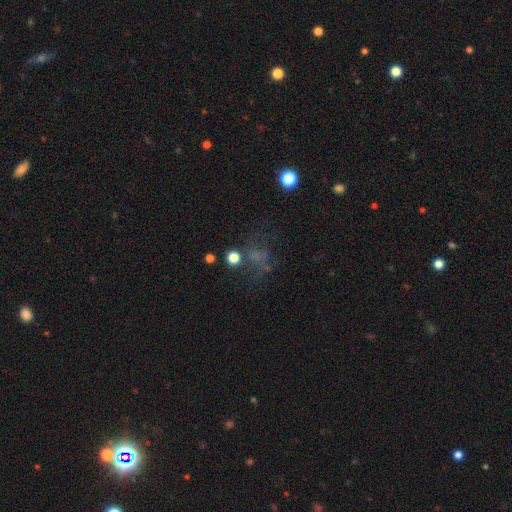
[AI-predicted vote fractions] Smooth or featured? star or artifact (38%)